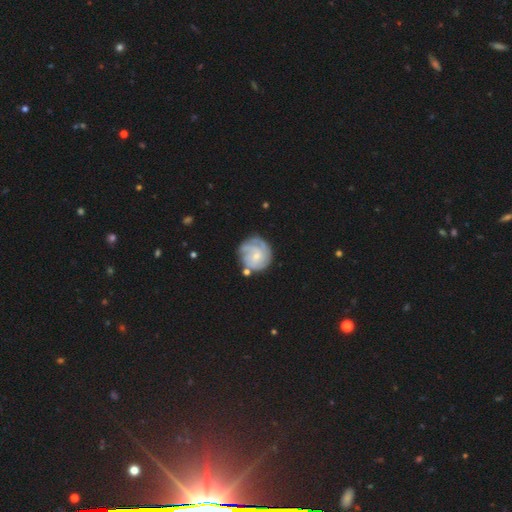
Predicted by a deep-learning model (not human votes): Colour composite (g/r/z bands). It shows a featured or disk galaxy (71%) with no bar (65%), tight (64%) spiral arms (90%) and a small central bulge (64%). Merging: none (65%).